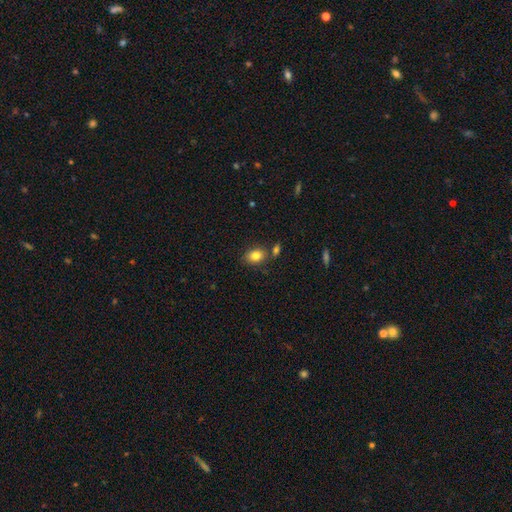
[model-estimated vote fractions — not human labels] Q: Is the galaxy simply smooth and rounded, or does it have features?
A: smooth — 82%.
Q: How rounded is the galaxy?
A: in between — 68%.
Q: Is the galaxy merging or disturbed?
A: none — 73%.